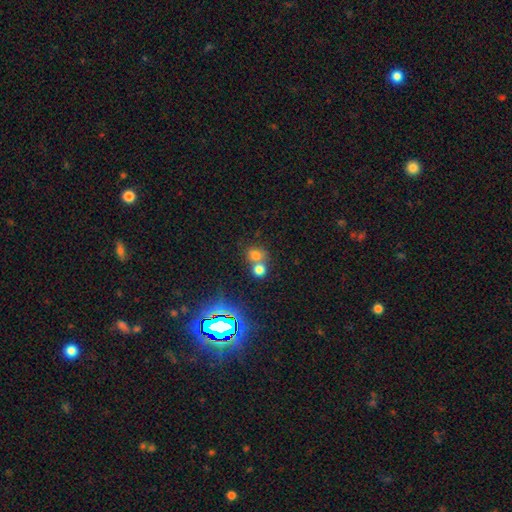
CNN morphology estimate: This appears to be a smooth galaxy with no disk features (67%) that is round (73%). Merging: merger (50%).